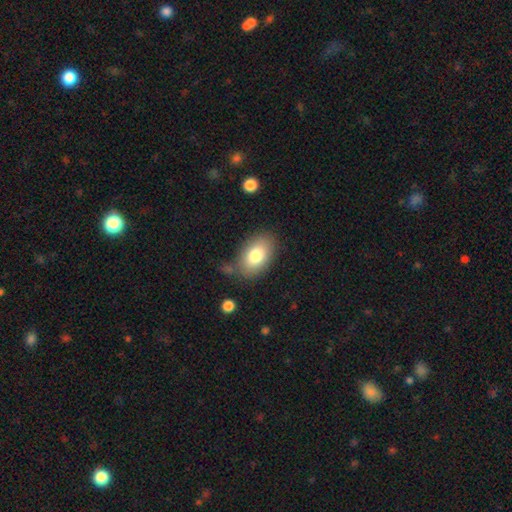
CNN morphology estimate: This is likely a smooth galaxy (79%). How rounded: clearly in between (90%). Merging: likely none (76%).